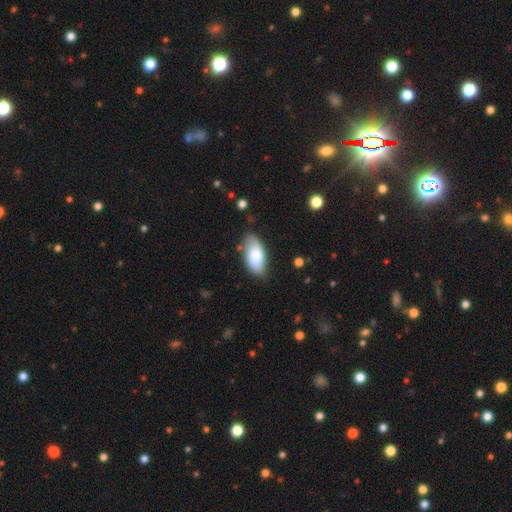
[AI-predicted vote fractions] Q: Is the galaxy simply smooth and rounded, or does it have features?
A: smooth — 79%.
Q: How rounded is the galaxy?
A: in between — 92%.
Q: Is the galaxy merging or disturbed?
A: none — 76%.